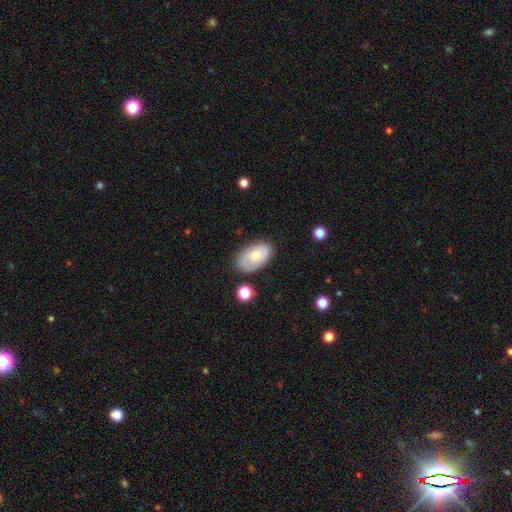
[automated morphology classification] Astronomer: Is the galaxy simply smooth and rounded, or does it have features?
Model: smooth — 62%.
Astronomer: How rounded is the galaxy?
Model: in between — 93%.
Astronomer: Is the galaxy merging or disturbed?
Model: none — 74%.